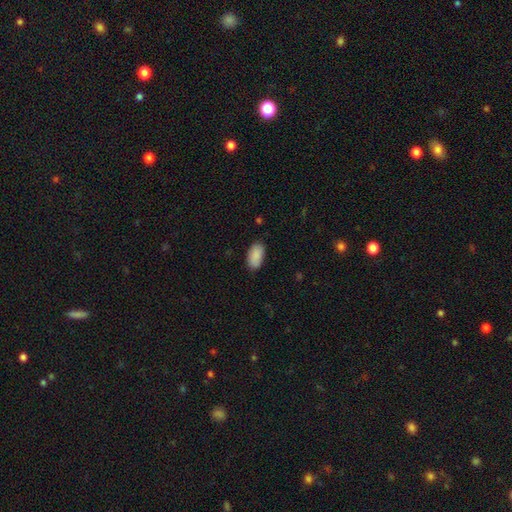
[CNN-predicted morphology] This is clearly a smooth galaxy (89%). How rounded: clearly in between (95%). Merging: clearly none (82%).